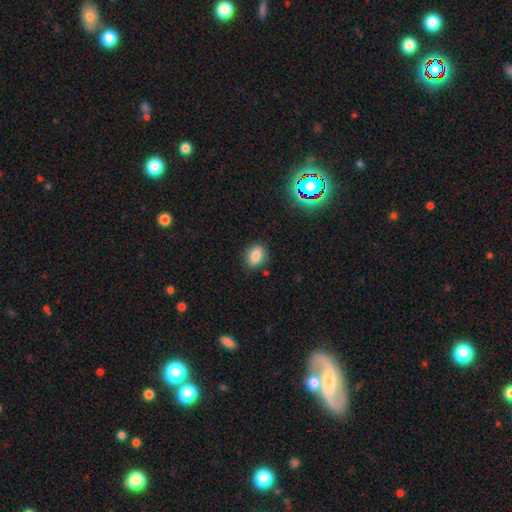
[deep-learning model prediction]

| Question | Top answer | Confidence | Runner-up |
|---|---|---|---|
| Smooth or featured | smooth | 80% | star or artifact (11%) |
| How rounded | in between | 67% | round (31%) |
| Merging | none | 86% | minor disturbance (10%) |